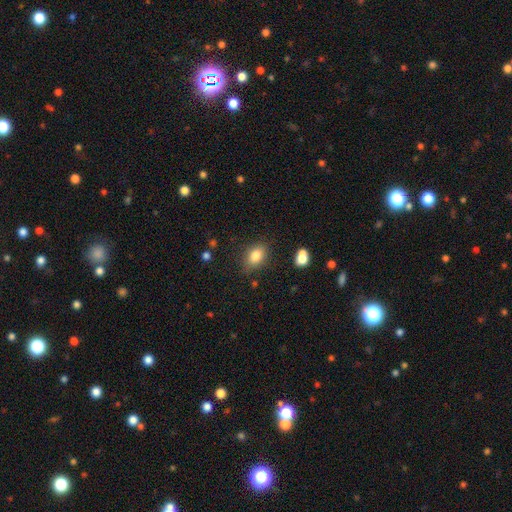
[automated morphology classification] Smooth or featured: smooth — 82% (star or artifact — 10%)
How rounded: in between — 74% (round — 25%)
Merging: none — 80% (minor disturbance — 14%)